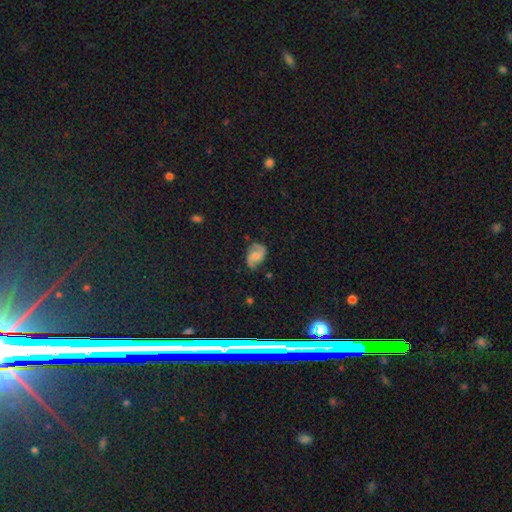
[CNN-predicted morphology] A featured or disk galaxy (74%) with no bar (52%), 2 (91%) medium (48%) spiral arms (95%) and no central bulge (44%).

Vote fractions:
- Smooth or featured? featured or disk: 74% / smooth: 18% / star or artifact: 8%
- Edge-on disk? no: 98% / yes: 2%
- Bar? no: 52% / weak: 39% / strong: 9%
- Spiral arms? yes: 95% / no: 5%
- Spiral winding? medium: 48% / loose: 33% / tight: 19%
- Spiral arm count? 2: 91% / can't tell: 4% / 1: 3% / 3: 1% / 4: 1% / more than 4: 1%
- Bulge size? none: 44% / moderate: 22% / small: 21% / large: 11% / dominant: 2%
- Merging? none: 73% / minor disturbance: 19% / major disturbance: 6% / merger: 2%